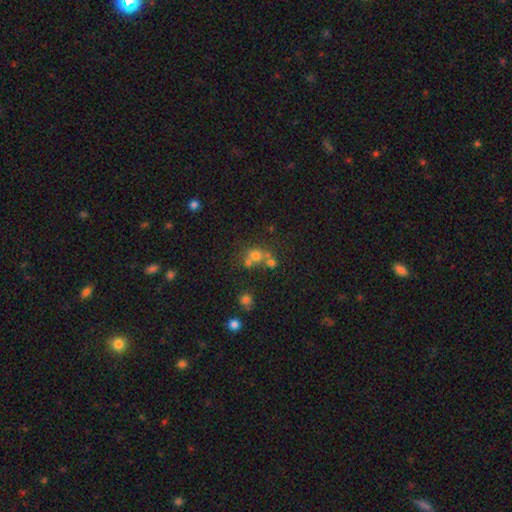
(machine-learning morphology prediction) A smooth galaxy with no disk features (62%) that is round (78%). Merging: merger (43%).